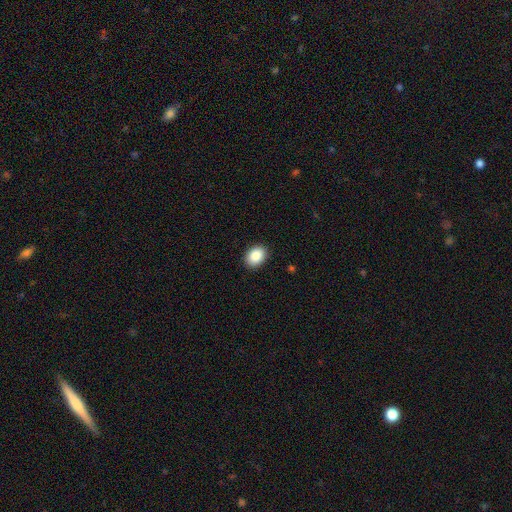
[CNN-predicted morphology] The model was most divided on "how rounded": in between: 69%, round: 31%, cigar-shaped: 1%. More confident: merging — none (90%); smooth or featured — smooth (88%).